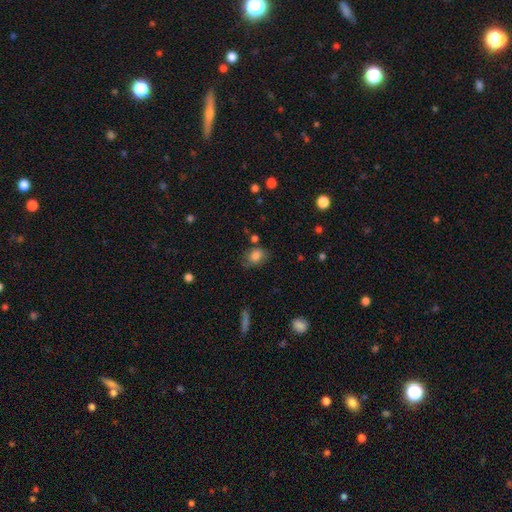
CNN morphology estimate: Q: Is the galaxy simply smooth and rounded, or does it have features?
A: smooth — 81%.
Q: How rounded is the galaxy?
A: in between — 57%.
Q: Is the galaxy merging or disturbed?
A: none — 67%.